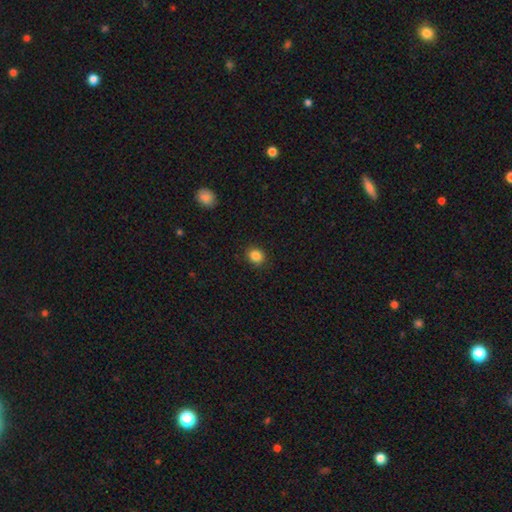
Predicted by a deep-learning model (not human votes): smooth-or-featured: smooth: 86% | star or artifact: 10% | featured or disk: 4%
  how-rounded: round: 69% | in between: 30% | cigar-shaped: 1%
  merging: none: 88% | minor disturbance: 8% | major disturbance: 2% | merger: 1%